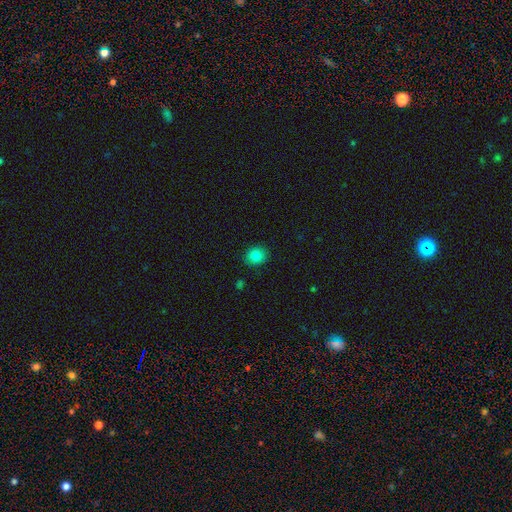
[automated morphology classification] smooth_or_featured: smooth (p=0.83) [alt: star or artifact p=0.11]
how_rounded: round (p=0.69) [alt: in between p=0.30]
merging: none (p=0.89) [alt: minor disturbance p=0.08]